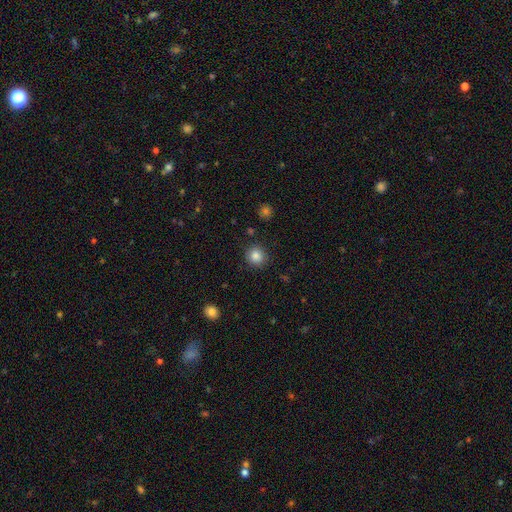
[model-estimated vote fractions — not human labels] Smooth or featured?
  - smooth: 86% *
  - star or artifact: 10%
  - featured or disk: 5%
How rounded?
  - round: 89% *
  - in between: 10%
  - cigar-shaped: 1%
Merging?
  - none: 88% *
  - minor disturbance: 8%
  - major disturbance: 2%
  - merger: 2%